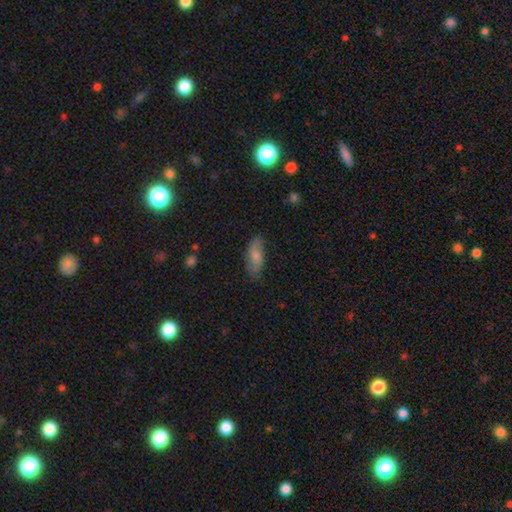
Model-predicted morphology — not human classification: Overall: smooth (67%). How rounded: in between (79%). Merging: none (74%).